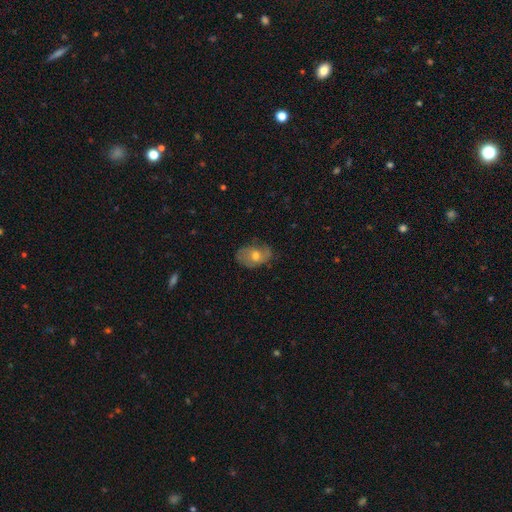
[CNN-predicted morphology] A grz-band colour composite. It shows a featured or disk galaxy (50%). Merging: none (63%).